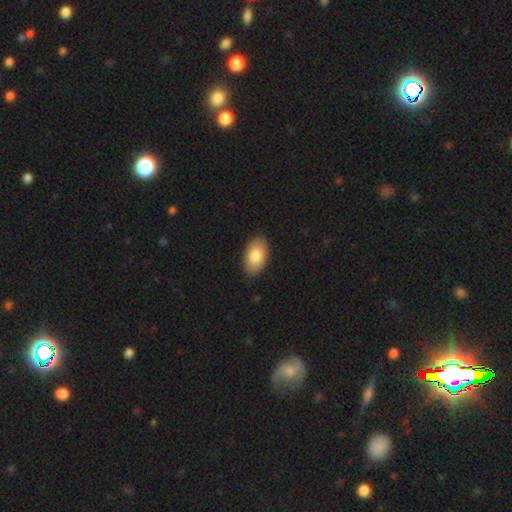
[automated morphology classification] type=smooth (82%); roundness=in between (94%); merging=none (87%).